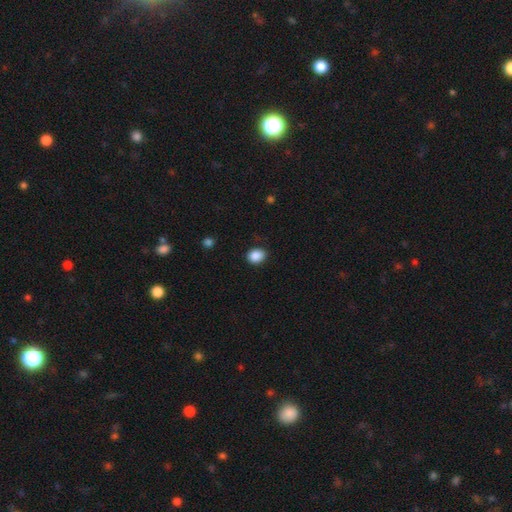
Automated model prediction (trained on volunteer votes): A smooth galaxy with no disk features (88%) that is in between round and cigar-shaped (50%).

Vote fractions:
- Smooth or featured? smooth: 88% / star or artifact: 9% / featured or disk: 3%
- How rounded? in between: 50% / round: 49% / cigar-shaped: 1%
- Merging? none: 84% / minor disturbance: 12% / major disturbance: 3% / merger: 1%